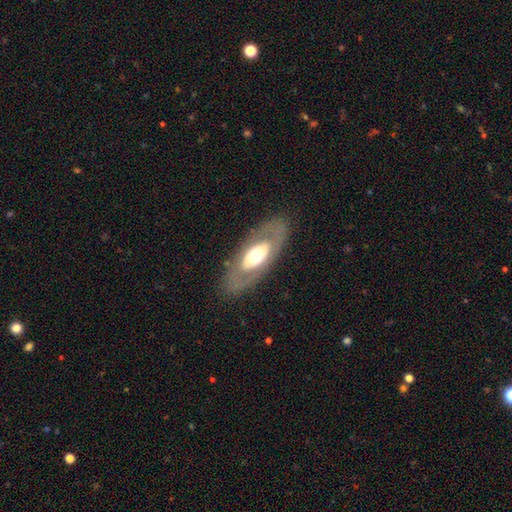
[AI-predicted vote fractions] Overall: featured or disk (57%; smooth 38%). Edge-on disk: no (82%). Merging: none (81%).